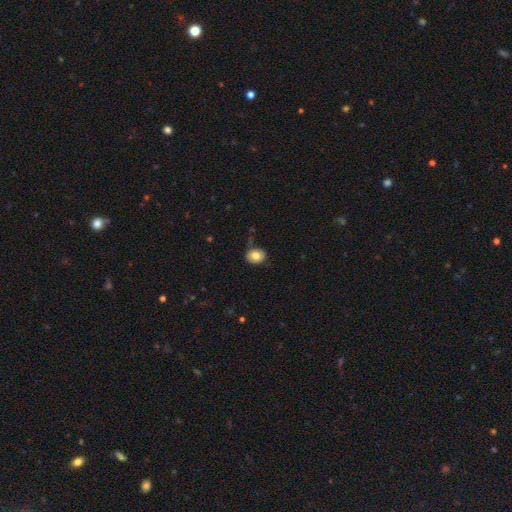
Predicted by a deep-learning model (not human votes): Smooth or featured? Predicted: smooth (p=0.80). How rounded? Predicted: round (p=0.51). Merging? Predicted: none (p=0.74).